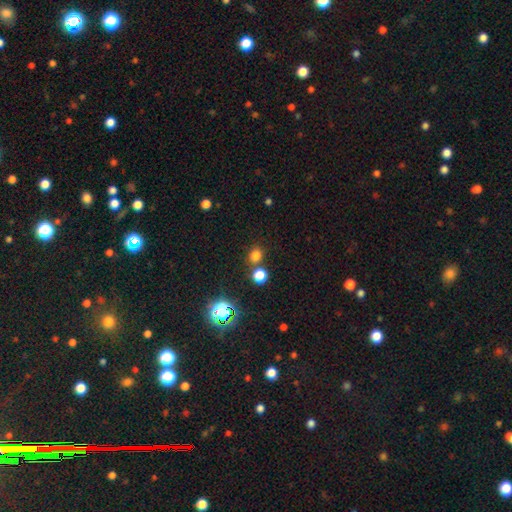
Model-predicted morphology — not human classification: smooth-or-featured: smooth: 73% | star or artifact: 22% | featured or disk: 5%
  how-rounded: round: 78% | in between: 21% | cigar-shaped: 1%
  merging: none: 75% | merger: 14% | minor disturbance: 8% | major disturbance: 3%